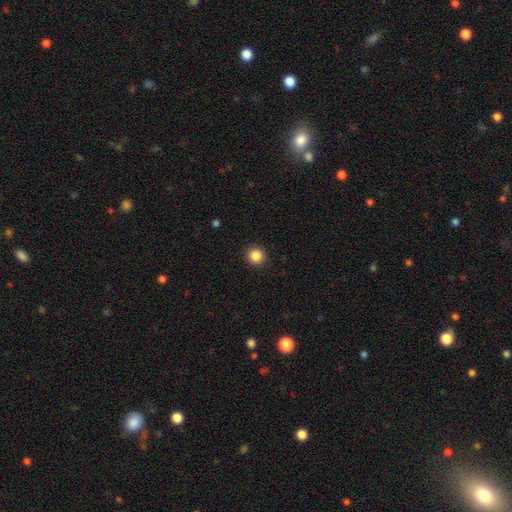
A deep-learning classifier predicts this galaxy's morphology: A smooth galaxy with no disk features (86%) that is round (95%). Merging: none (92%).